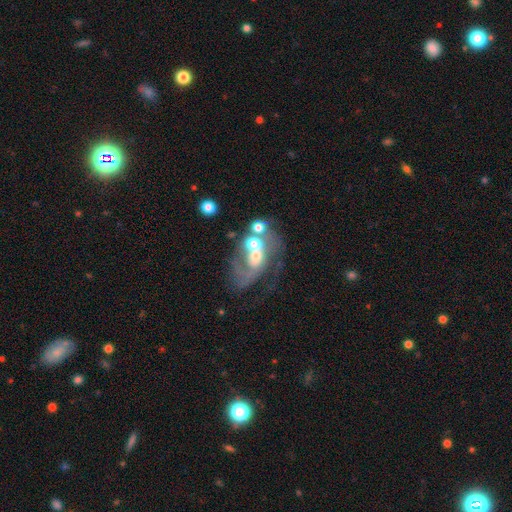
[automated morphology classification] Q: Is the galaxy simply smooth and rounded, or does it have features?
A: featured or disk — 69%.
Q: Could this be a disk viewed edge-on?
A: no — 97%.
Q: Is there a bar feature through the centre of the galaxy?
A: no — 70%.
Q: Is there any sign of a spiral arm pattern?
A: yes — 68%.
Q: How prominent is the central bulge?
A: moderate — 55%.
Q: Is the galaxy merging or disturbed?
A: merger — 39%.